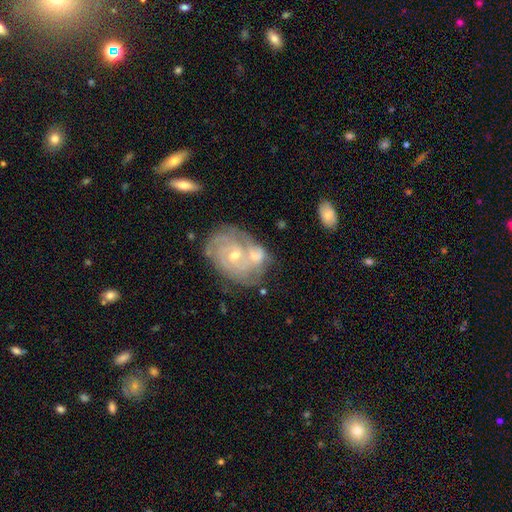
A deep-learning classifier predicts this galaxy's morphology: smooth-or-featured: featured or disk: 79% | smooth: 15% | star or artifact: 6%
  disk-edge-on: no: 97% | yes: 3%
    bar: no: 61% | weak: 32% | strong: 7%
    has-spiral-arms: yes: 91% | no: 9%
      spiral-winding: tight: 67% | medium: 27% | loose: 6%
      spiral-arm-count: 2: 31% | can't tell: 30% | 3: 23% | 4: 7% | 1: 5% | more than 4: 4%
    bulge-size: moderate: 52% | small: 43% | large: 2% | none: 2% | dominant: 1%
  merging: merger: 53% | none: 28% | minor disturbance: 13% | major disturbance: 6%